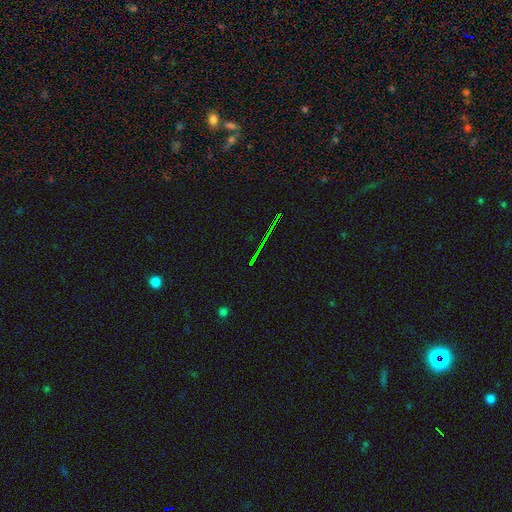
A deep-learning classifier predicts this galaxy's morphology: A star or artifact, not a galaxy (76%).